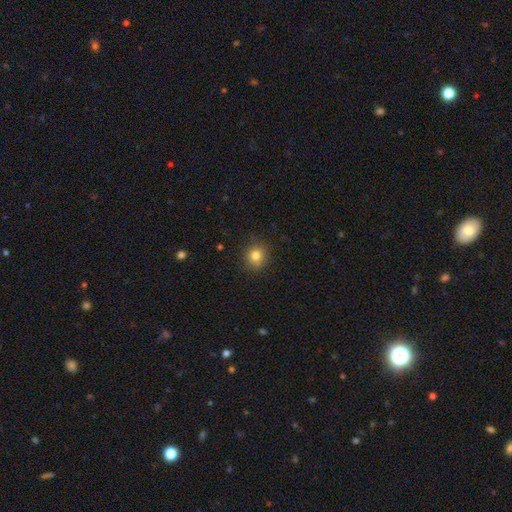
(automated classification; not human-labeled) Overall: smooth (81%). How rounded: round (87%). Merging: none (86%).